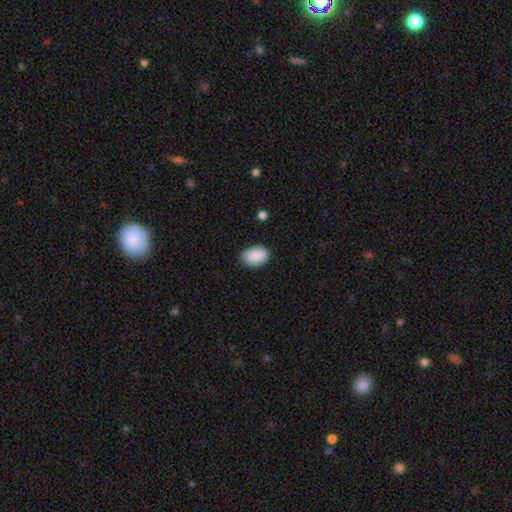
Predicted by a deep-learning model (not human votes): A smooth galaxy with no disk features (89%) that is in between round and cigar-shaped (85%).

Vote fractions:
- Smooth or featured? smooth: 89% / star or artifact: 7% / featured or disk: 4%
- How rounded? in between: 85% / round: 14% / cigar-shaped: 1%
- Merging? none: 86% / minor disturbance: 11% / major disturbance: 2% / merger: 1%